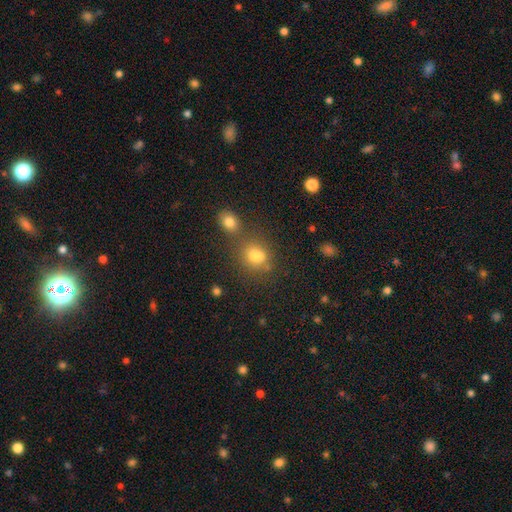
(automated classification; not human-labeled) smooth-or-featured: smooth: 72% | star or artifact: 17% | featured or disk: 11%
  how-rounded: round: 59% | in between: 39% | cigar-shaped: 2%
  merging: none: 46% | merger: 36% | minor disturbance: 12% | major disturbance: 5%